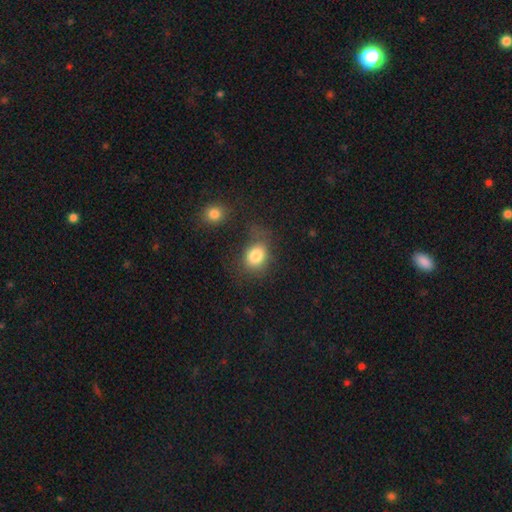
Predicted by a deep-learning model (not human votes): Overall: smooth (82%). How rounded: in between (51%; round 48%). Merging: none (59%; minor disturbance 23%).